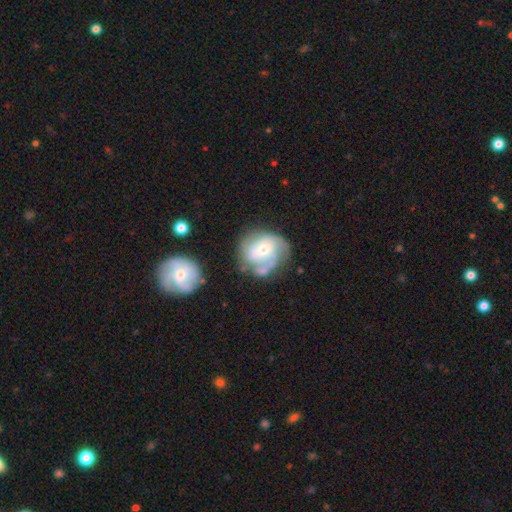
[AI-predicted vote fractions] This is likely a featured or disk galaxy (75%). It is clearly not viewed edge-on (97%). Bar: likely no (65%). Spiral arm pattern: clearly yes (91%). Spiral arm count: marginally 3 (38%). Spiral winding: possibly tight (54%). Central bulge: possibly moderate (51%). Merging: possibly none (59%).